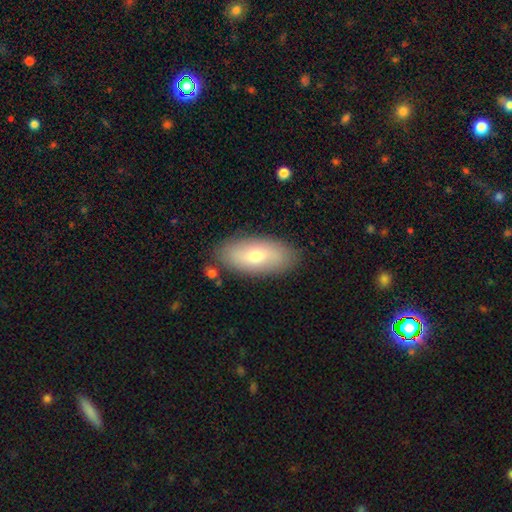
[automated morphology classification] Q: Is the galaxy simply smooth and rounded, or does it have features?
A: smooth — 67%.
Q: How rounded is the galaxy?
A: in between — 90%.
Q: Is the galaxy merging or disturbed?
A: none — 84%.